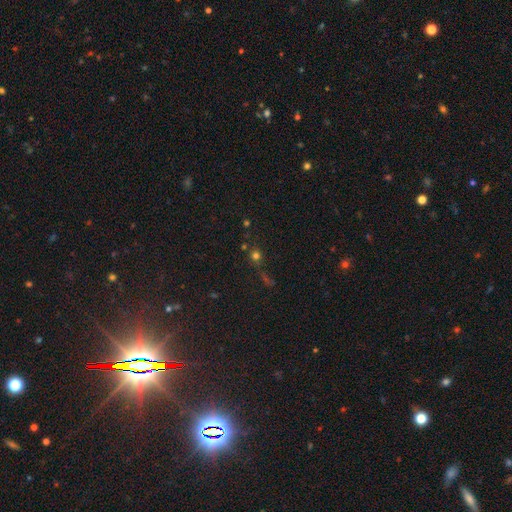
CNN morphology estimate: type=smooth (60%); roundness=round (91%); merging=none (72%).